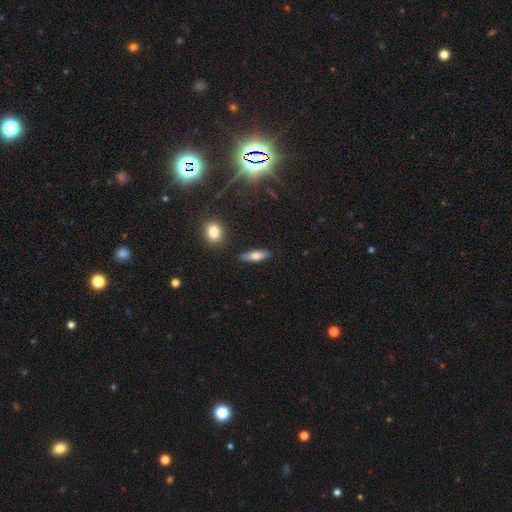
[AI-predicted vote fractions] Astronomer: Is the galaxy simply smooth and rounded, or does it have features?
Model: smooth — 67%.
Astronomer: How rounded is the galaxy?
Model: cigar-shaped — 55% (runner-up: in between, 42%).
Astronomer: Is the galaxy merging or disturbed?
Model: none — 86%.